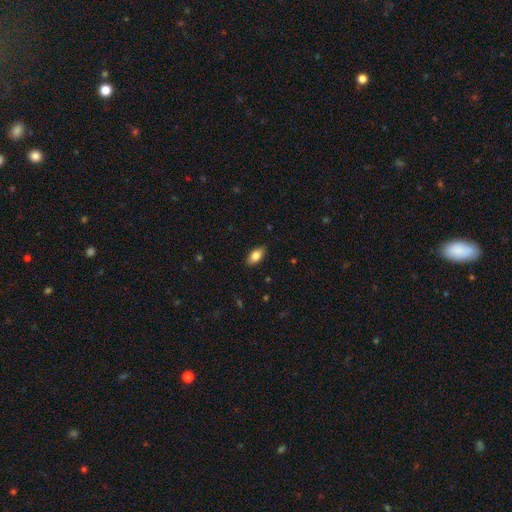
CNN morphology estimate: A smooth galaxy with no disk features (82%) that is in between round and cigar-shaped (91%). Merging: none (87%).